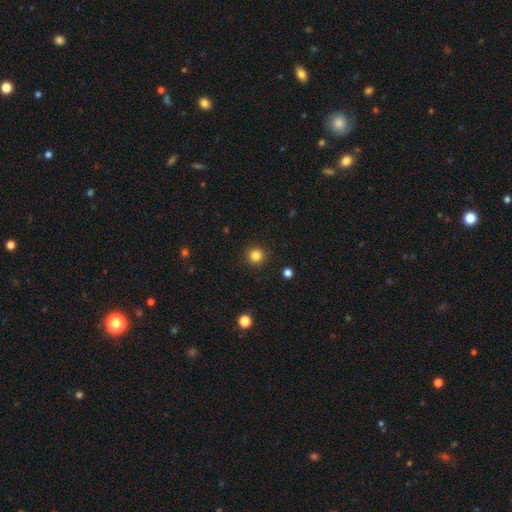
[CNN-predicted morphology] Smooth or featured: smooth — 83% (star or artifact — 12%)
How rounded: round — 95% (in between — 4%)
Merging: none — 91% (minor disturbance — 6%)